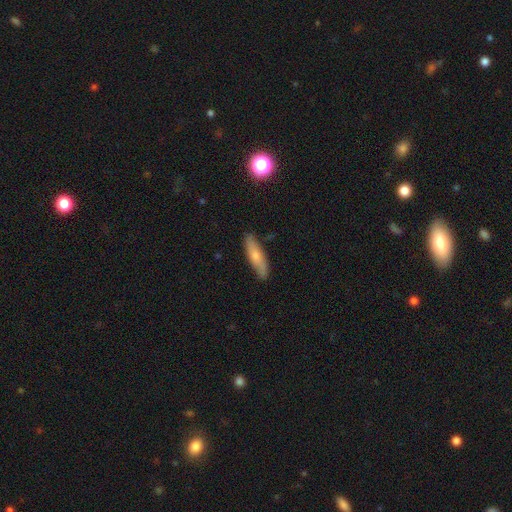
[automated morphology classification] This appears to be a smooth galaxy with no disk features (66%) that is cigar-shaped (70%). Merging: none (83%).